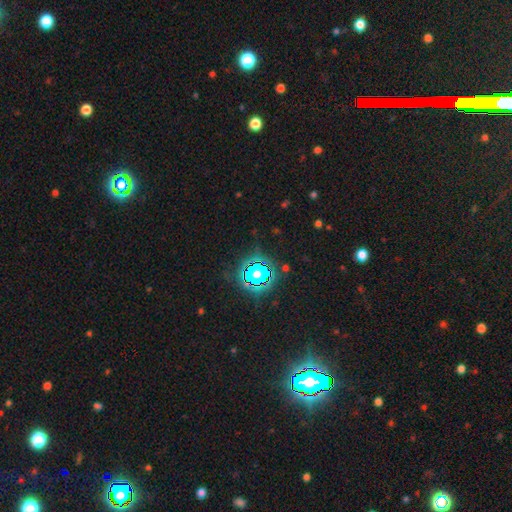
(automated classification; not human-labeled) Morphology: type=star or artifact (82%).